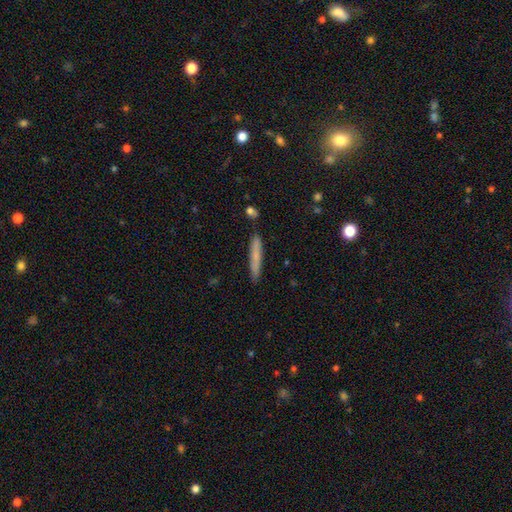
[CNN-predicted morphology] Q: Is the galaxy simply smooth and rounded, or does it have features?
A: smooth — 68%.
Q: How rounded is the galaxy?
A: cigar-shaped — 95%.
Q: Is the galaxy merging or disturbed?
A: none — 87%.